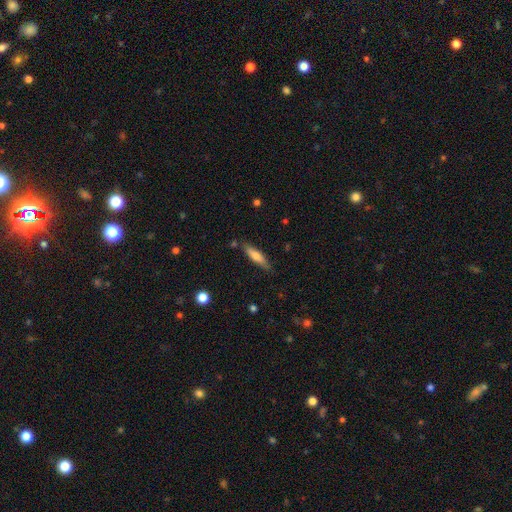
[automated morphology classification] A smooth galaxy with no disk features (62%) that is cigar-shaped (75%). Merging: none (82%).